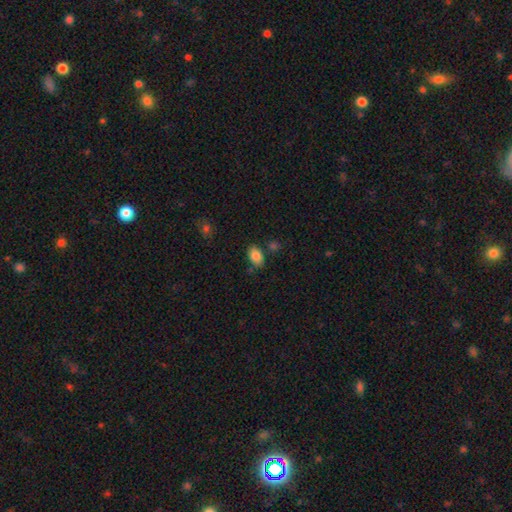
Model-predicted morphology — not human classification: Smooth or featured? Predicted: smooth (p=0.85). How rounded? Predicted: in between (p=0.87). Merging? Predicted: none (p=0.74).